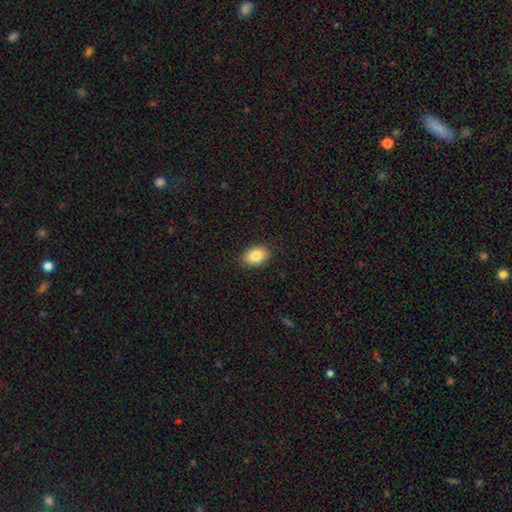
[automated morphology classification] smooth-or-featured: smooth: 85% | star or artifact: 8% | featured or disk: 7%
  how-rounded: in between: 76% | round: 23% | cigar-shaped: 1%
  merging: none: 87% | minor disturbance: 10% | major disturbance: 2% | merger: 1%